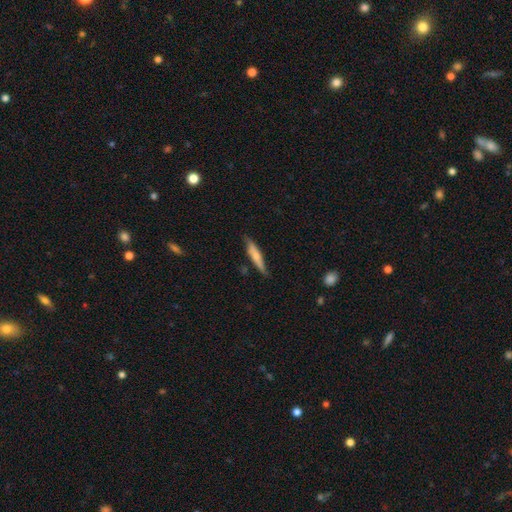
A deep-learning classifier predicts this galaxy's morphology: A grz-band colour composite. It shows a smooth galaxy with no disk features (59%) that is cigar-shaped (88%). Merging: none (79%).